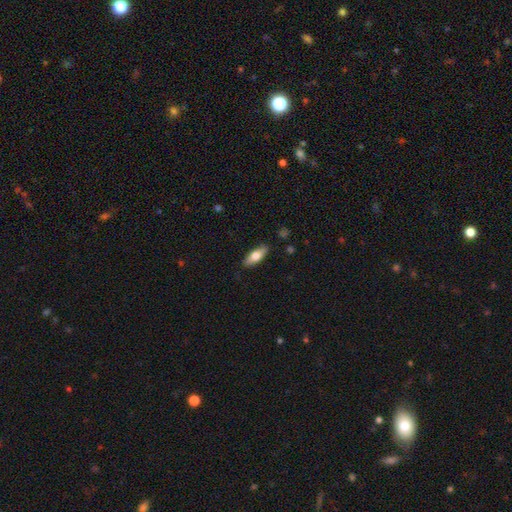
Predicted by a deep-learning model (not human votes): smooth 68%, featured or disk 27%, star or artifact 6%. Down the decision tree: how rounded — in between (64%); merging — none (87%).